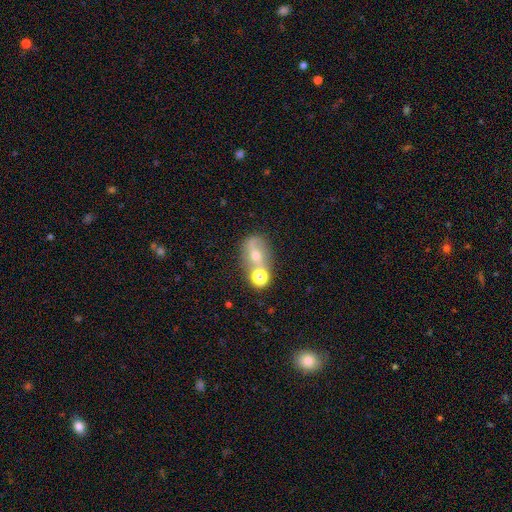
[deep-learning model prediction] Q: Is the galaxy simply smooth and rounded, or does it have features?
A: featured or disk — 50%.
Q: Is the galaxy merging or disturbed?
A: none — 48%.